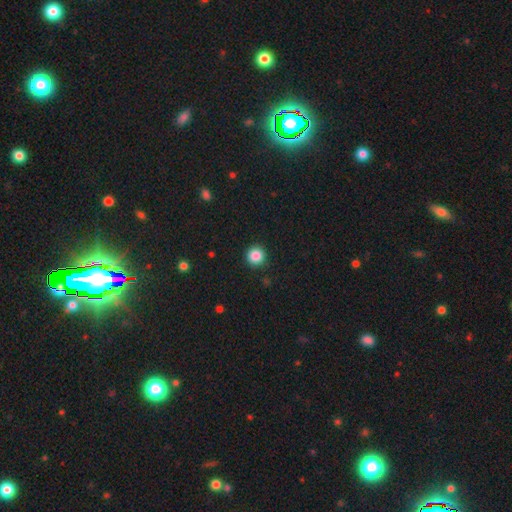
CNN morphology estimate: The model was most divided on "smooth or featured": smooth: 87%, star or artifact: 10%, featured or disk: 3%. More confident: how rounded — round (95%); merging — none (92%).